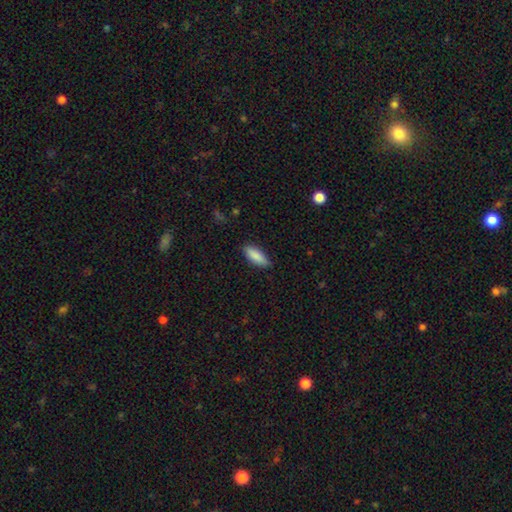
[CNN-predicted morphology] smooth 87%, featured or disk 7%, star or artifact 6%. Down the decision tree: how rounded — in between (70%); merging — none (84%).